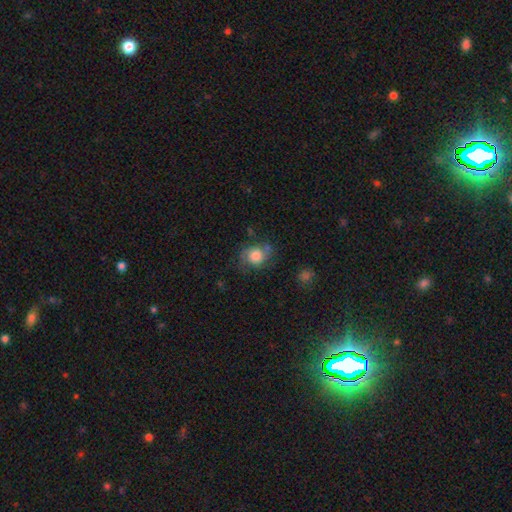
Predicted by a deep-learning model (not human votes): Smooth or featured?
  - smooth: 71% *
  - featured or disk: 20%
  - star or artifact: 9%
How rounded?
  - round: 69% *
  - in between: 30%
  - cigar-shaped: 1%
Merging?
  - none: 59% *
  - minor disturbance: 25%
  - major disturbance: 11%
  - merger: 5%